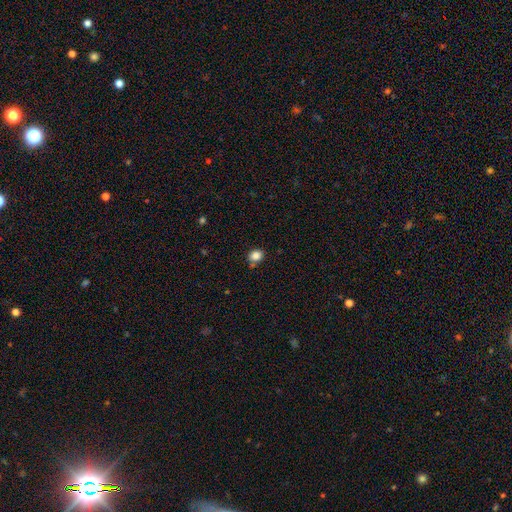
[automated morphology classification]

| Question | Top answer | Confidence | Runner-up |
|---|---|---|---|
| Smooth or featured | smooth | 85% | star or artifact (11%) |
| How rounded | round | 63% | in between (36%) |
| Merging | none | 76% | minor disturbance (13%) |